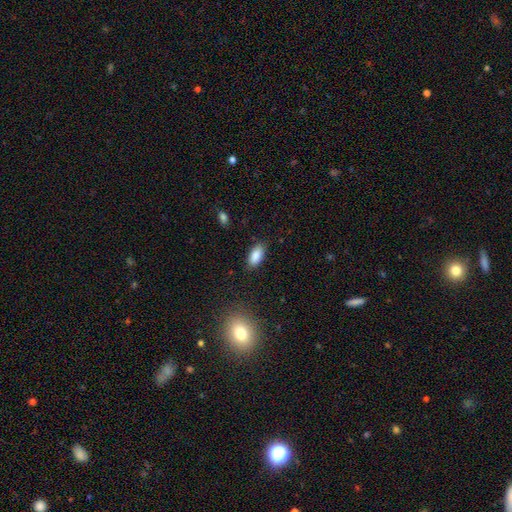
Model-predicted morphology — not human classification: Smooth or featured: smooth — 87% (star or artifact — 8%)
How rounded: in between — 89% (cigar-shaped — 9%)
Merging: none — 85% (minor disturbance — 11%)